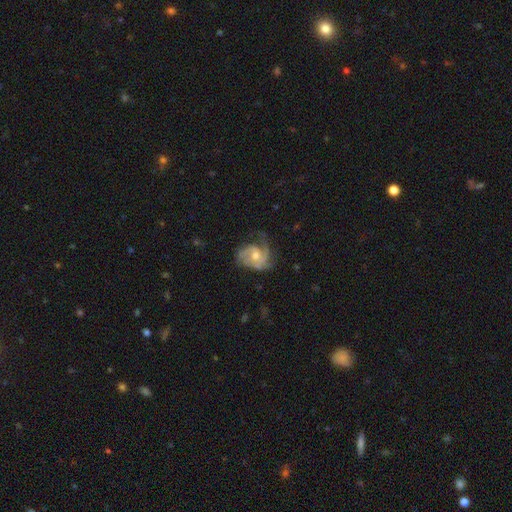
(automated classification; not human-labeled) This is clearly a featured or disk galaxy (84%). It is clearly not viewed edge-on (98%). Bar: likely no (65%). Spiral arm pattern: clearly yes (96%). Spiral arm count: marginally 3 (40%). Spiral winding: marginally medium (45%). Central bulge: likely moderate (65%). Merging: possibly none (58%).